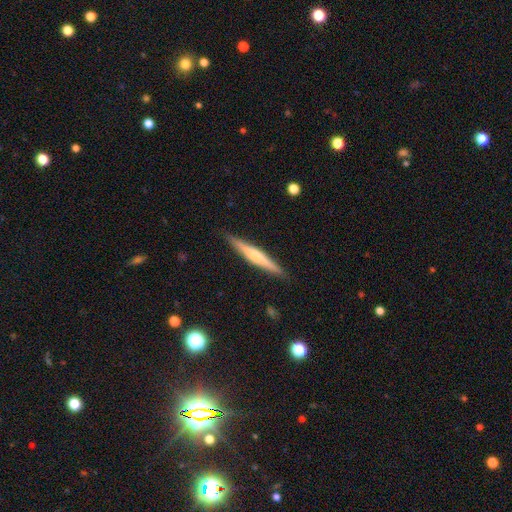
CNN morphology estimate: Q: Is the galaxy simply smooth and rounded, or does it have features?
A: featured or disk — 57%.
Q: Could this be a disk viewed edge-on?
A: yes — 97%.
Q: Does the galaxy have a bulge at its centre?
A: rounded — 73%.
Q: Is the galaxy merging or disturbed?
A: none — 89%.